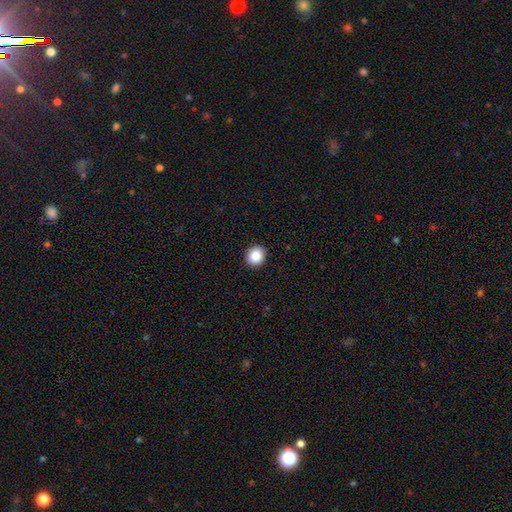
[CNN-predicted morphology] type=smooth (87%); roundness=round (80%); merging=none (93%).